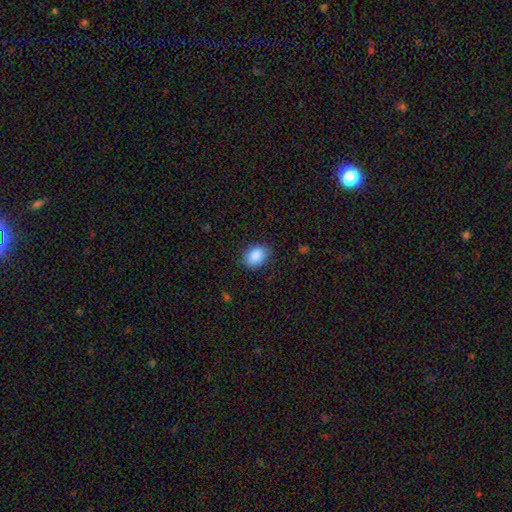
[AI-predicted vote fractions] Smooth or featured: smooth — 88% (star or artifact — 7%)
How rounded: in between — 62% (round — 37%)
Merging: none — 81% (minor disturbance — 14%)